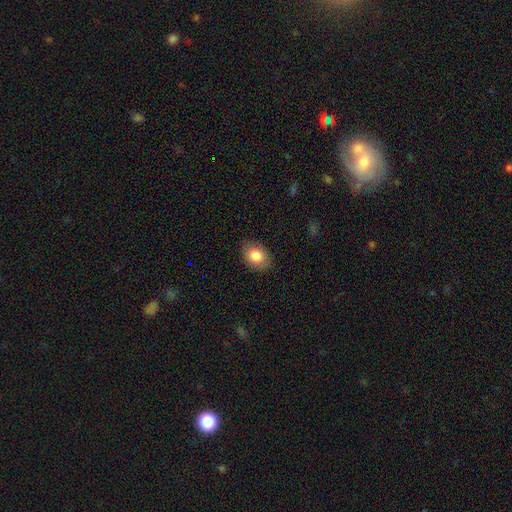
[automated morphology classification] This is clearly a smooth galaxy (85%). How rounded: likely in between (72%). Merging: clearly none (84%).